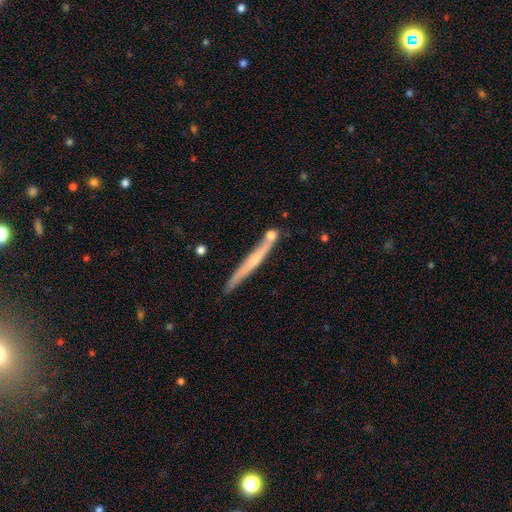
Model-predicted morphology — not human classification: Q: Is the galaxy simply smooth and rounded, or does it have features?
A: featured or disk — 65%.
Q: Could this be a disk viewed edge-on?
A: yes — 97%.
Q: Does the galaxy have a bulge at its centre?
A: rounded — 52%.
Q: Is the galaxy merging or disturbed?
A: none — 81%.